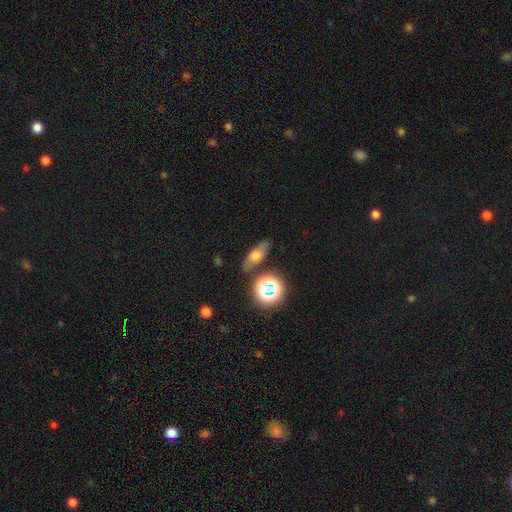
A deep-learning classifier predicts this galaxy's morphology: type=smooth (53%); roundness=in between (58%); merging=none (80%).